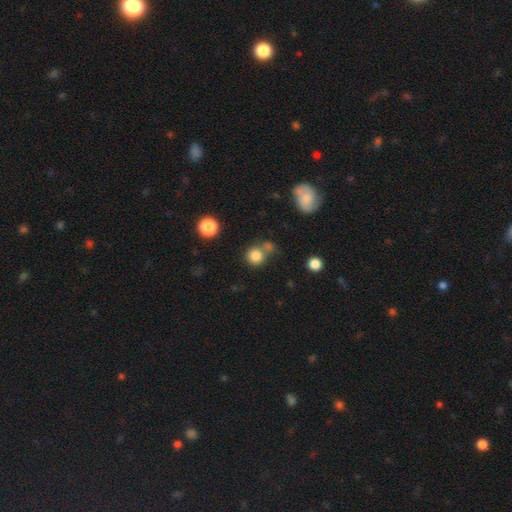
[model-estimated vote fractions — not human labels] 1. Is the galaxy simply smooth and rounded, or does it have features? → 82% smooth, 12% star or artifact, 6% featured or disk.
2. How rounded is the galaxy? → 90% round, 9% in between, 1% cigar-shaped.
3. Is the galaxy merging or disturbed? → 61% none, 25% merger, 10% minor disturbance, 4% major disturbance.